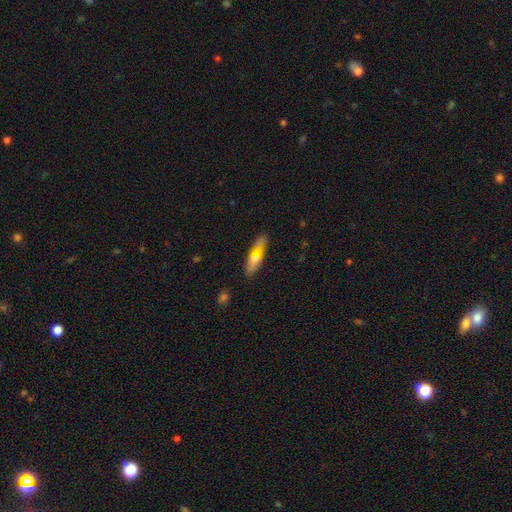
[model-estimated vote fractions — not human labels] This is likely a smooth galaxy (63%). How rounded: likely cigar-shaped (67%). Merging: likely none (73%).